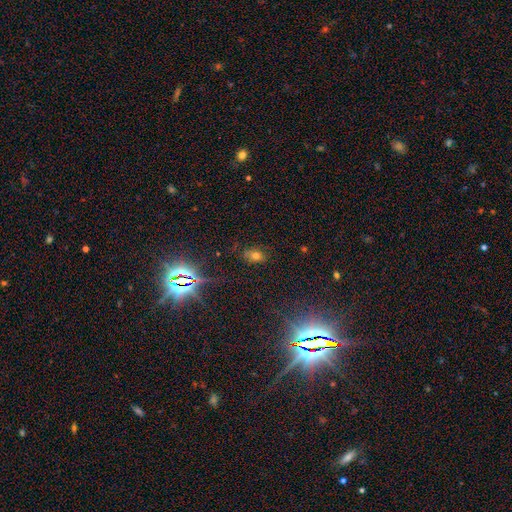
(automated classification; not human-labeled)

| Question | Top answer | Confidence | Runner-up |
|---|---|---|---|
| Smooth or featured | smooth | 60% | star or artifact (27%) |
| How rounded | in between | 74% | round (23%) |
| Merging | none | 76% | minor disturbance (16%) |